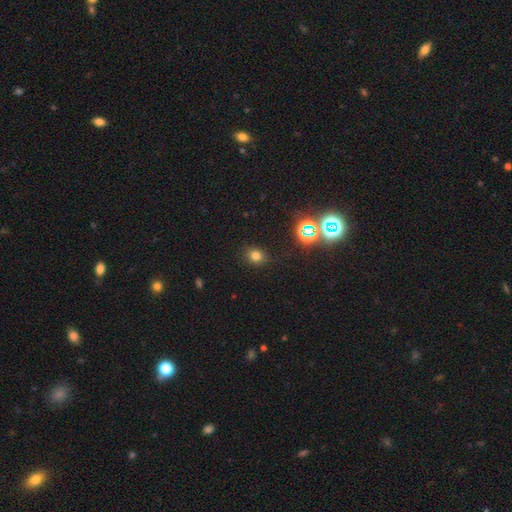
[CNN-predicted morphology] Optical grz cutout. It shows a smooth galaxy with no disk features (73%) that is round (62%). Merging: none (85%).